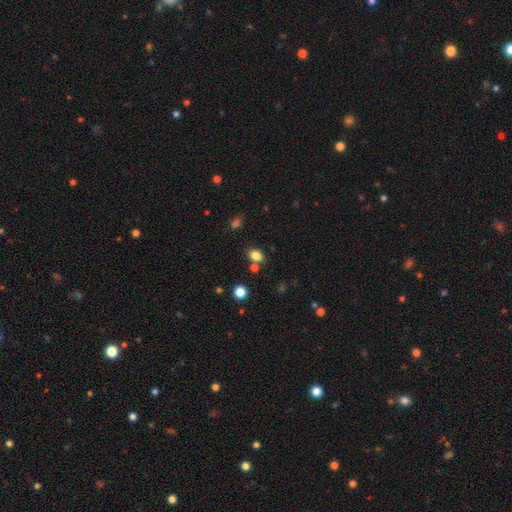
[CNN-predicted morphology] This is clearly a smooth galaxy (82%). How rounded: likely in between (69%). Merging: likely none (73%).